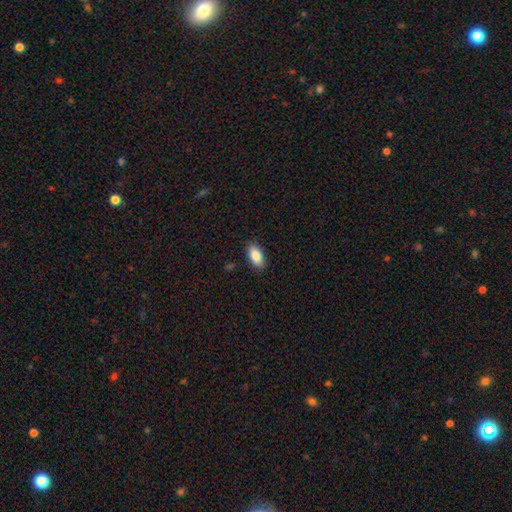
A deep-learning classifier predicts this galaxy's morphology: This is clearly a smooth galaxy (86%). How rounded: clearly in between (90%). Merging: clearly none (88%).